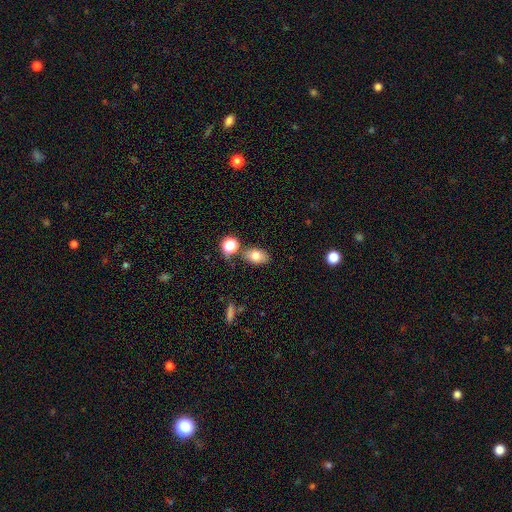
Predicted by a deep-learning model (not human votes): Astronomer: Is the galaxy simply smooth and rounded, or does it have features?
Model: smooth — 78%.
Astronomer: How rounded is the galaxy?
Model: in between — 85%.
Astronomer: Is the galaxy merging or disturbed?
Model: none — 70%.